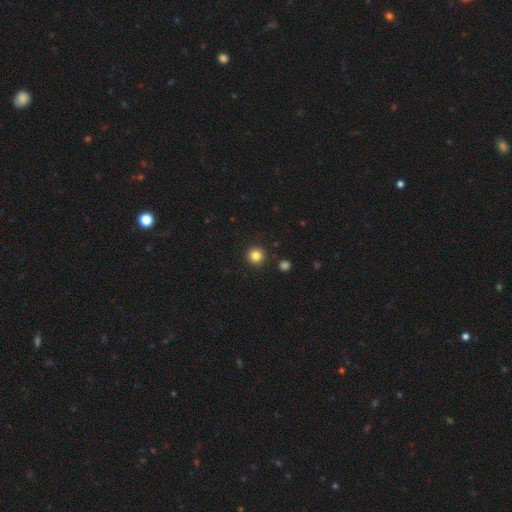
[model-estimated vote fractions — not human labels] This appears to be a smooth galaxy with no disk features (84%) that is round (95%). Merging: none (91%).